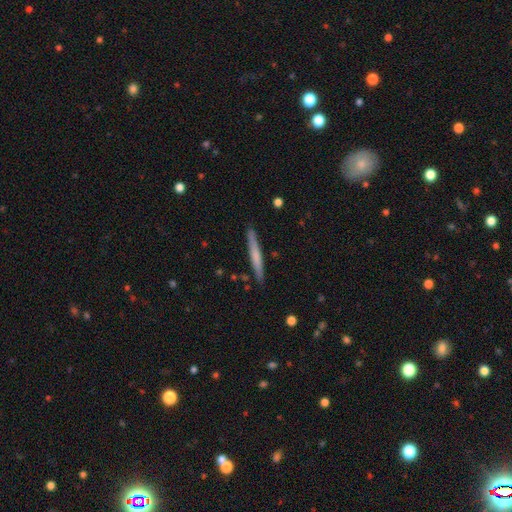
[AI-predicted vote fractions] Smooth or featured? Predicted: smooth (p=0.57). How rounded? Predicted: cigar-shaped (p=0.96). Merging? Predicted: none (p=0.89).